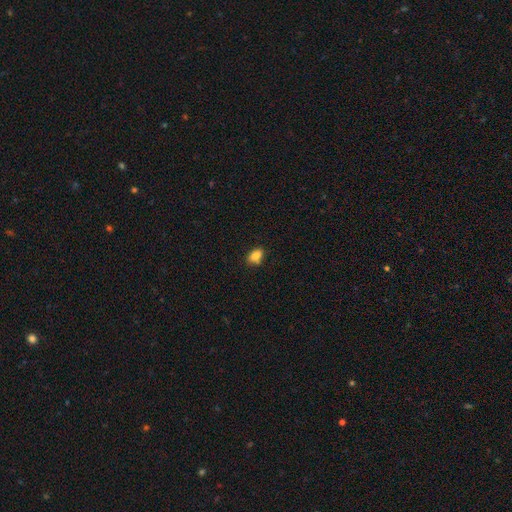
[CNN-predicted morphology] This is clearly a smooth galaxy (83%). How rounded: clearly in between (80%). Merging: likely none (73%).